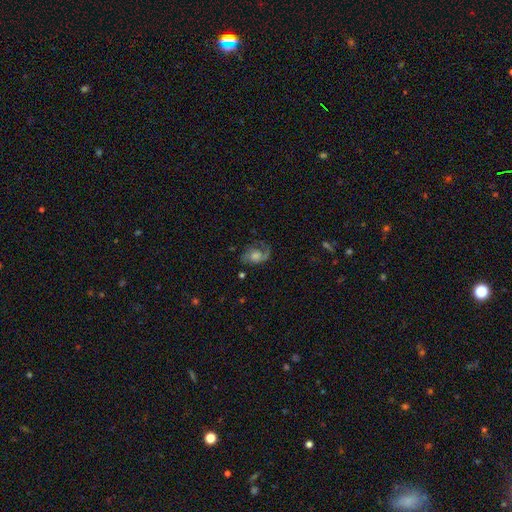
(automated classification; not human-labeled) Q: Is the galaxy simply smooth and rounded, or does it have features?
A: featured or disk — 68%.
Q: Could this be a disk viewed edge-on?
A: no — 96%.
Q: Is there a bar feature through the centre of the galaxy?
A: no — 71%.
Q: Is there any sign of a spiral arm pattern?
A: yes — 90%.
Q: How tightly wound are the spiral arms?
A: medium — 46%.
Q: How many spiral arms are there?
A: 2 — 51%.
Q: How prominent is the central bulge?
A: moderate — 46%.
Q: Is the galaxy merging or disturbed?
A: none — 61%.